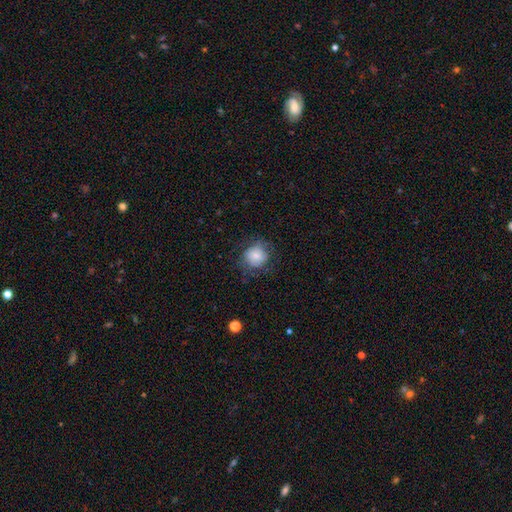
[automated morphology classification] type=smooth (75%); roundness=round (83%); merging=none (67%).